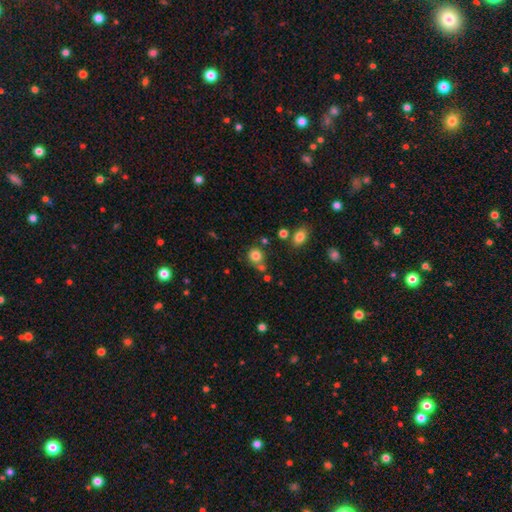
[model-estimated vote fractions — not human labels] Smooth or featured? smooth (81%)
How rounded? round (87%)
Merging? none (68%)